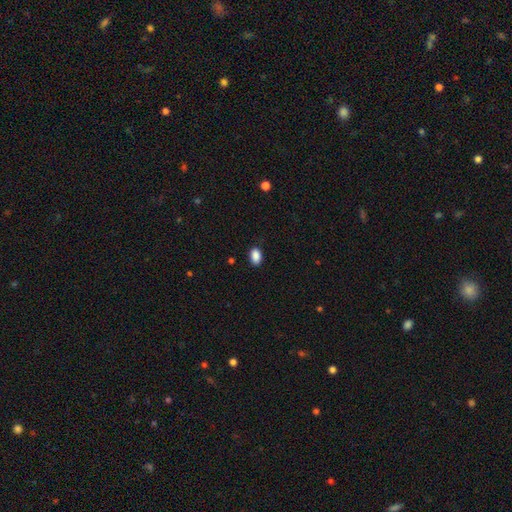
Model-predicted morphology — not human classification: A smooth galaxy with no disk features (89%) that is in between round and cigar-shaped (90%). Merging: none (85%).